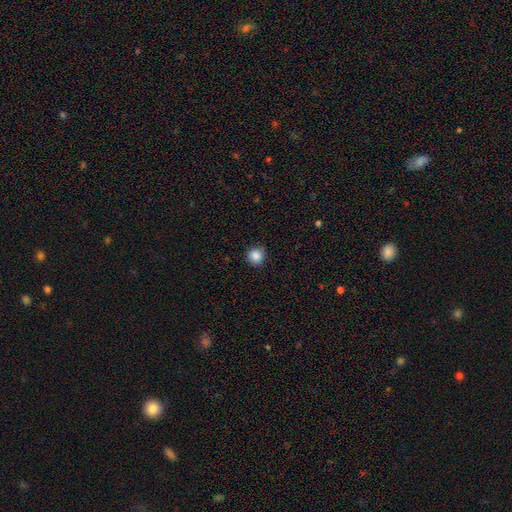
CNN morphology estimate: smooth 87%, star or artifact 10%, featured or disk 3%. Down the decision tree: how rounded — round (94%); merging — none (89%).